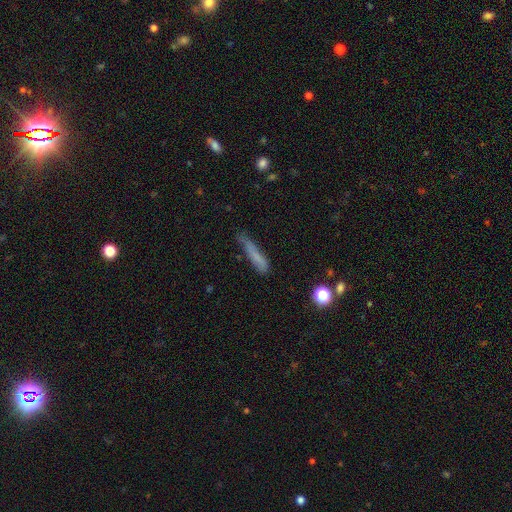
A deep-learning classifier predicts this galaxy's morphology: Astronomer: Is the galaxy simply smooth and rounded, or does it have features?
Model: smooth — 72%.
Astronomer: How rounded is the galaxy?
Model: cigar-shaped — 90%.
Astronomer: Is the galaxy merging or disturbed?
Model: none — 59%.